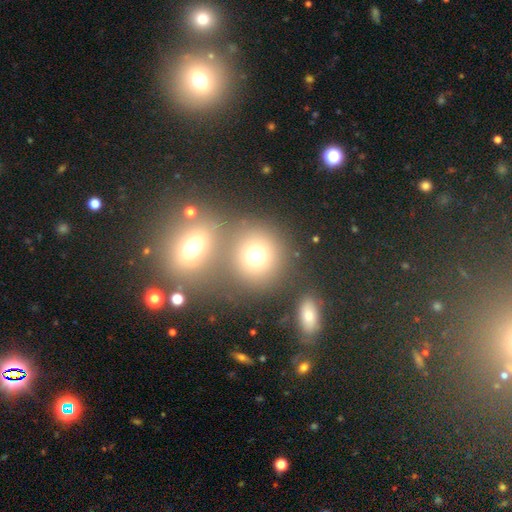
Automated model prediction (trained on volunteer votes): Smooth or featured: smooth — 71% (star or artifact — 17%)
How rounded: round — 87% (in between — 12%)
Merging: none — 55% (merger — 33%)